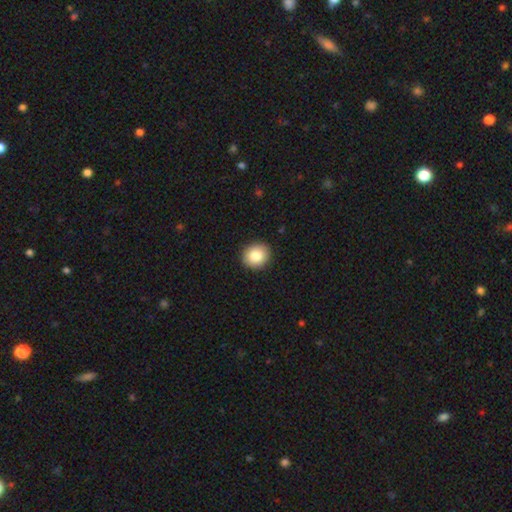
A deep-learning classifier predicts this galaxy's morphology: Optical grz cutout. It shows a smooth galaxy with no disk features (84%) that is round (78%). Merging: none (91%).